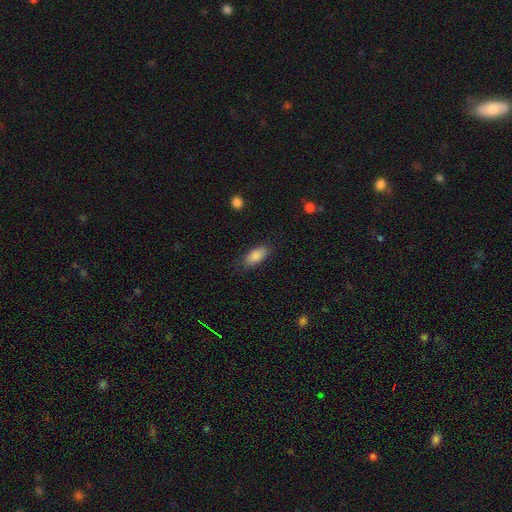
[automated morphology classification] smooth-or-featured: smooth: 87% | star or artifact: 7% | featured or disk: 6%
  how-rounded: in between: 88% | cigar-shaped: 10% | round: 3%
  merging: none: 80% | minor disturbance: 14% | major disturbance: 4% | merger: 1%